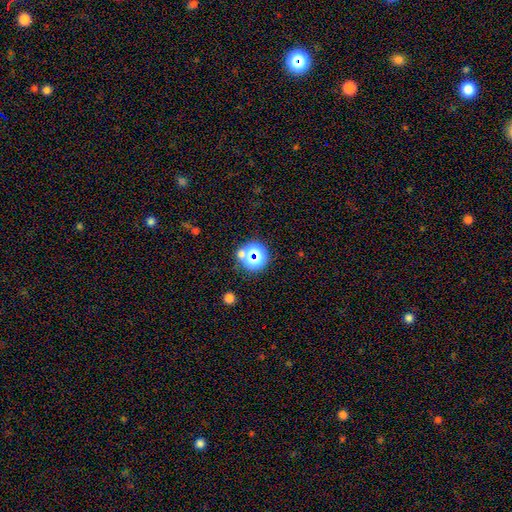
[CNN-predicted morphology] The model was most divided on "smooth or featured": star or artifact: 55%, smooth: 34%, featured or disk: 11%.